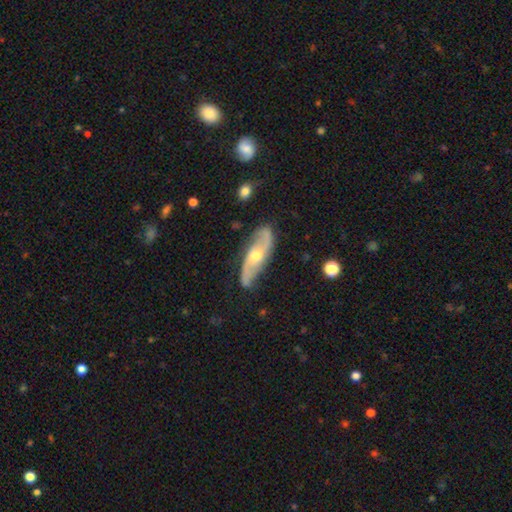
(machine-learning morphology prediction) This is likely a featured or disk galaxy (79%). It is clearly not viewed edge-on (84%). Bar: likely no (64%). Spiral arm pattern: clearly yes (92%). Spiral arm count: clearly 2 (89%). Spiral winding: possibly loose (46%). Central bulge: likely moderate (64%). Merging: clearly none (82%).